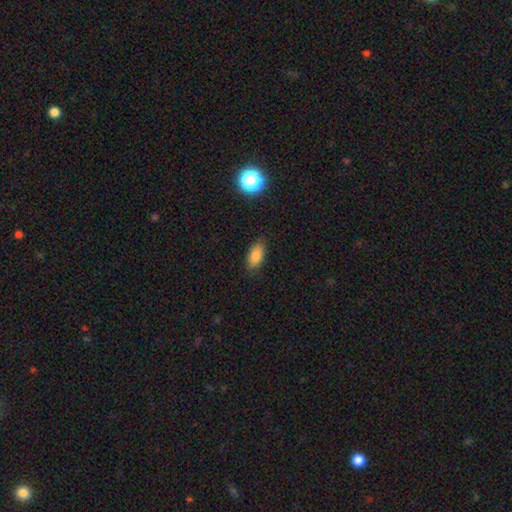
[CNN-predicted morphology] Overall: smooth (83%). How rounded: in between (88%). Merging: none (83%).